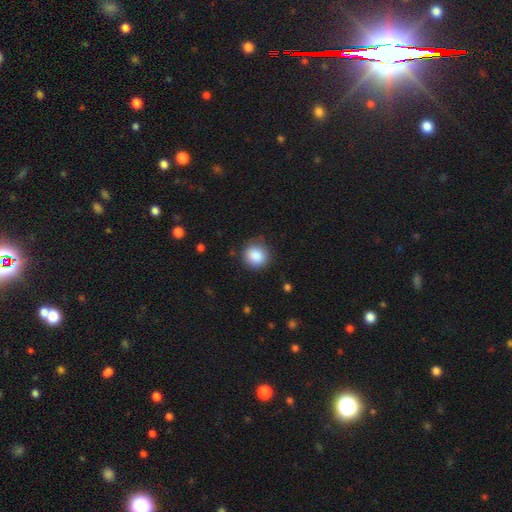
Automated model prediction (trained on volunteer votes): A smooth galaxy with no disk features (87%) that is round (89%).

Vote fractions:
- Smooth or featured? smooth: 87% / star or artifact: 9% / featured or disk: 4%
- How rounded? round: 89% / in between: 11% / cigar-shaped: 1%
- Merging? none: 83% / minor disturbance: 12% / major disturbance: 3% / merger: 1%